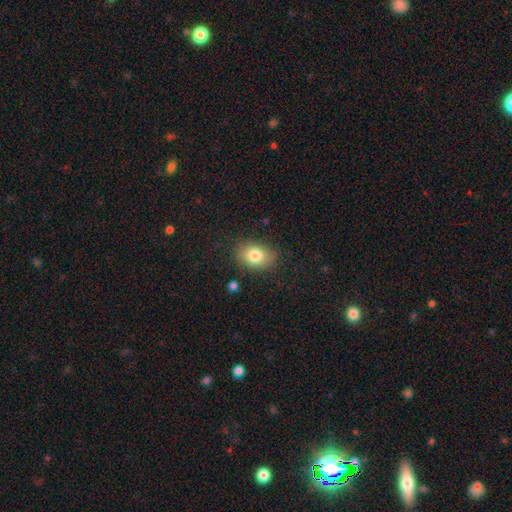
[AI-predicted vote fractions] Q: Smooth or featured?
A: smooth (78%); runner-up: star or artifact (14%)
Q: How rounded?
A: in between (65%); runner-up: round (34%)
Q: Merging?
A: none (88%); runner-up: minor disturbance (9%)